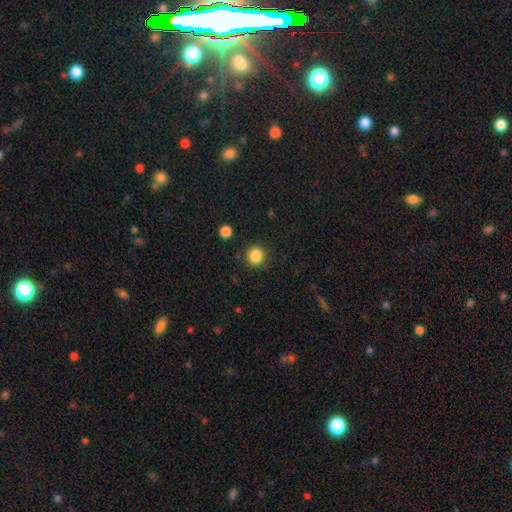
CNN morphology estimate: This appears to be a smooth galaxy with no disk features (86%) that is round (88%). Merging: none (88%).